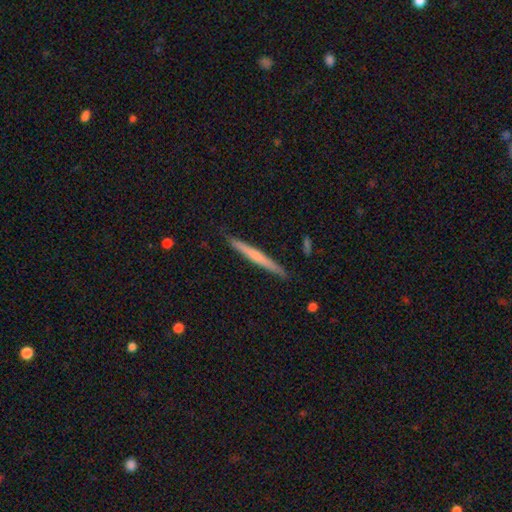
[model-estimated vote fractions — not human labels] This is possibly a smooth galaxy (49%). Merging: clearly none (89%).